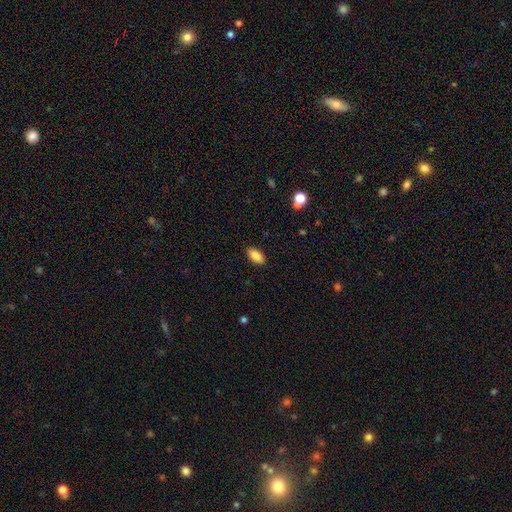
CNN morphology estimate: smooth-or-featured: smooth: 86% | star or artifact: 8% | featured or disk: 6%
  how-rounded: in between: 91% | cigar-shaped: 5% | round: 4%
  merging: none: 88% | minor disturbance: 9% | major disturbance: 2% | merger: 1%